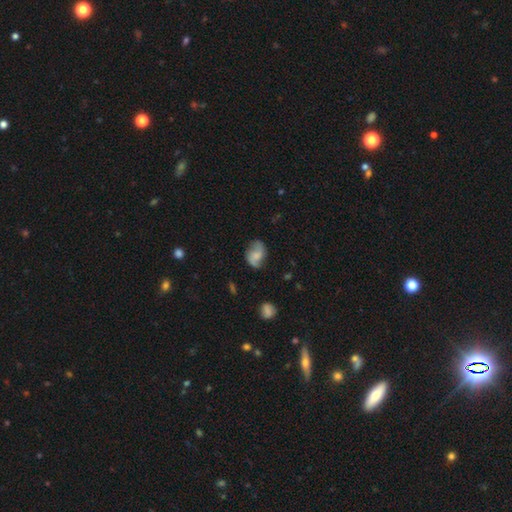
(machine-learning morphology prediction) Smooth or featured? Predicted: featured or disk (p=0.51). Edge-on disk? Predicted: no (p=0.97). Merging? Predicted: none (p=0.66).